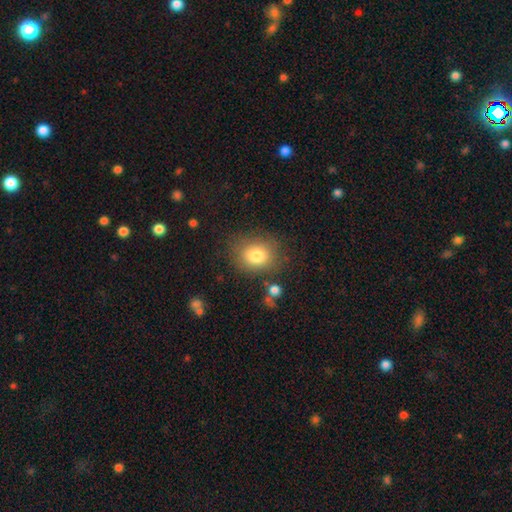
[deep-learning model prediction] The model was most divided on "how rounded": round: 55%, in between: 44%, cigar-shaped: 1%. More confident: smooth or featured — smooth (80%); merging — none (76%).